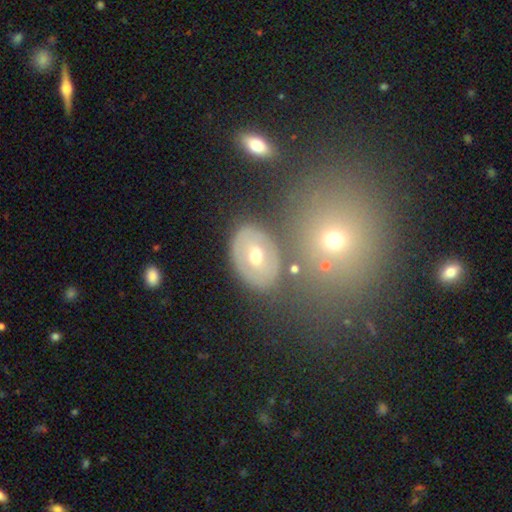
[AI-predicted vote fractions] A featured or disk galaxy (49%). Merging: none (75%).